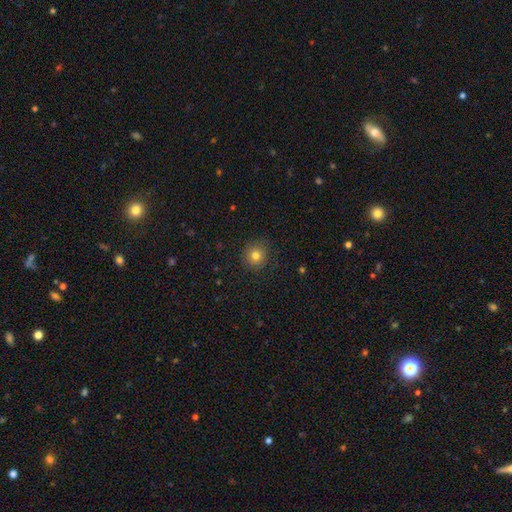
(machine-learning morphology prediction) smooth 80%, star or artifact 13%, featured or disk 8%. Down the decision tree: how rounded — round (92%); merging — none (88%).